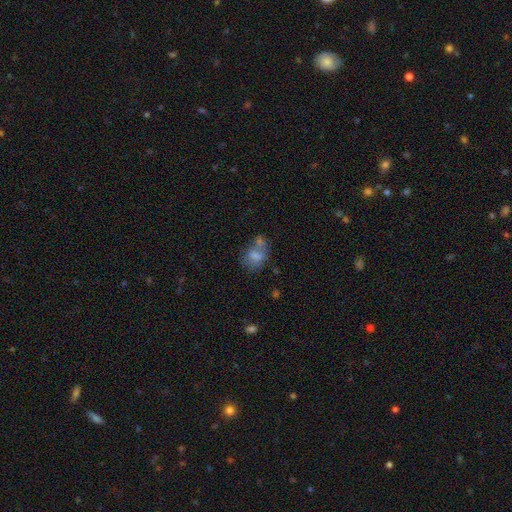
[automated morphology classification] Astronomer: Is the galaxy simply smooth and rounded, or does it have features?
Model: smooth — 66%.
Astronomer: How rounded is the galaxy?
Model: in between — 65%.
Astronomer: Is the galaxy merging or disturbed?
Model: merger — 38% (runner-up: none, 31%).